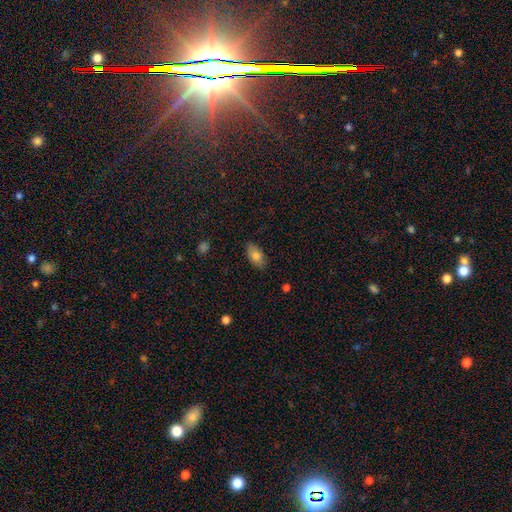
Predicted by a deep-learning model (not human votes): A smooth galaxy with no disk features (79%) that is in between round and cigar-shaped (91%). Merging: none (84%).